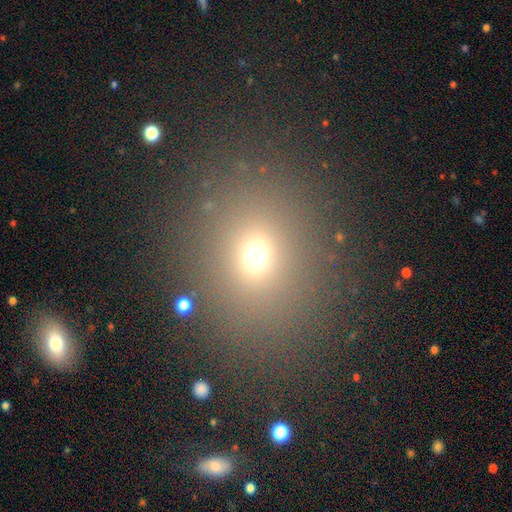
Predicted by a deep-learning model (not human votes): Smooth or featured? smooth (67%)
How rounded? round (70%)
Merging? none (86%)